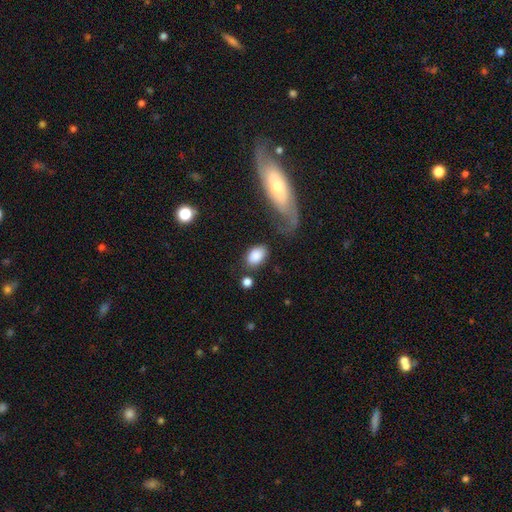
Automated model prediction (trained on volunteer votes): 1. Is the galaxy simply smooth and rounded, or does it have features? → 87% smooth, 7% featured or disk, 6% star or artifact.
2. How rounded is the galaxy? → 89% in between, 9% round, 2% cigar-shaped.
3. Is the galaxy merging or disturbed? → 66% none, 16% minor disturbance, 9% merger, 9% major disturbance.